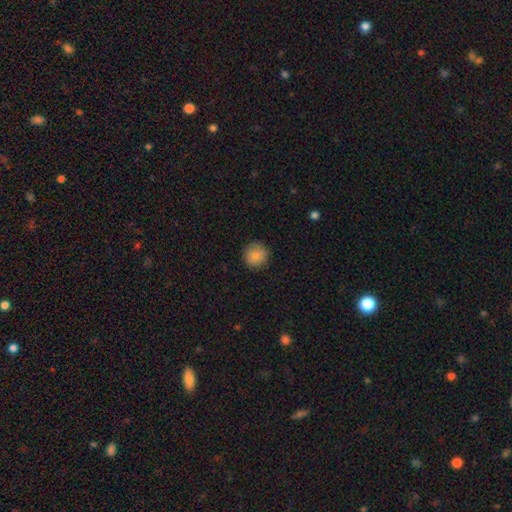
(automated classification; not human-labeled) smooth 86%, star or artifact 9%, featured or disk 6%. Down the decision tree: how rounded — round (93%); merging — none (88%).